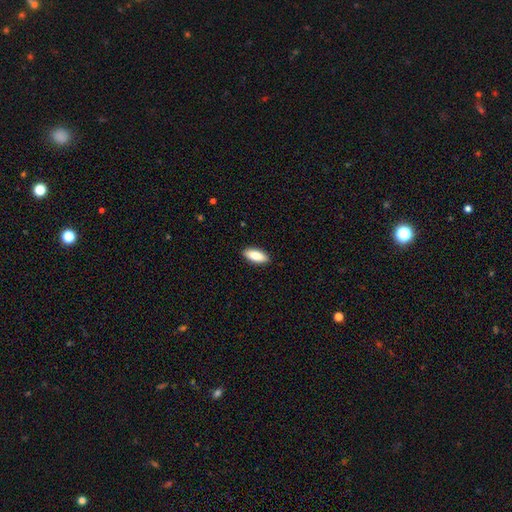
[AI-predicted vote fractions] Smooth or featured? Predicted: smooth (p=0.85). How rounded? Predicted: in between (p=0.78). Merging? Predicted: none (p=0.90).